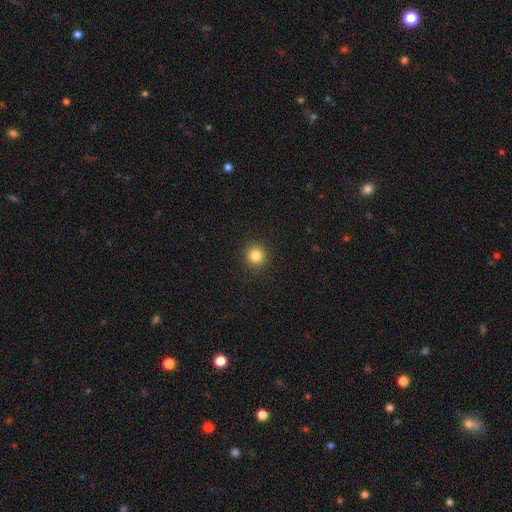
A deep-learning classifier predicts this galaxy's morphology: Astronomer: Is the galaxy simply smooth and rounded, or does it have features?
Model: smooth — 84%.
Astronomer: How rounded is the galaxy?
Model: round — 93%.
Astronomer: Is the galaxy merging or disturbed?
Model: none — 92%.